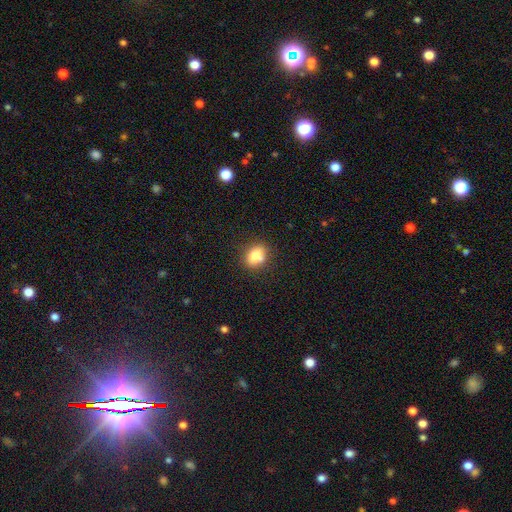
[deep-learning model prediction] A smooth galaxy with no disk features (80%) that is in between round and cigar-shaped (62%). Merging: none (71%).